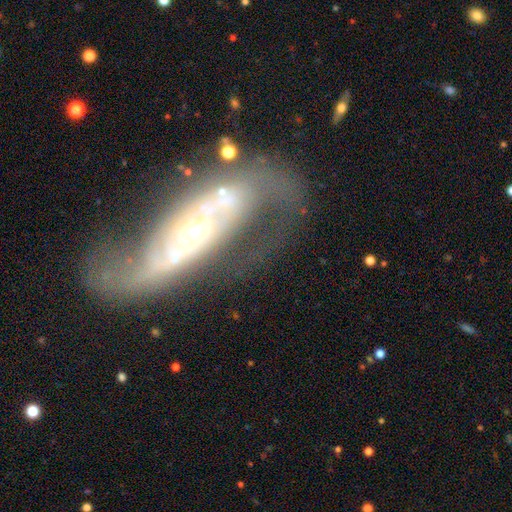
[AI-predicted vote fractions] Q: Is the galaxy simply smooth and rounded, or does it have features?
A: featured or disk — 83%.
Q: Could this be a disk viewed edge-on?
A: no — 89%.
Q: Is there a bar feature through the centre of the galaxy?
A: no — 54%.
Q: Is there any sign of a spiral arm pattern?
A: yes — 85%.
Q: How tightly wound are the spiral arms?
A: medium — 39%, tied with loose.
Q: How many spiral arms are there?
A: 2 — 82%.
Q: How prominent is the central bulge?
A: small — 71%.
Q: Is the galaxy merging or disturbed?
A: none — 57%.